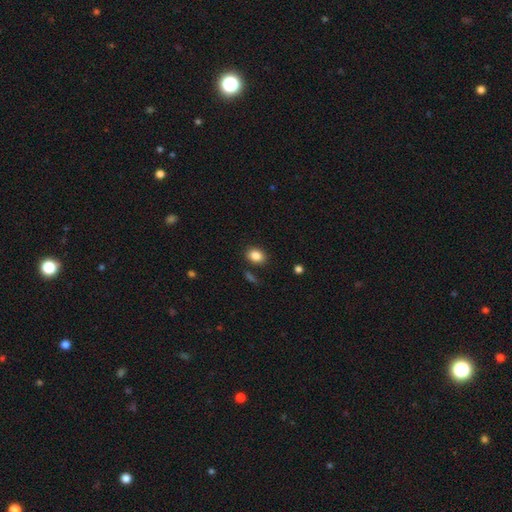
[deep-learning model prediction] smooth-or-featured: smooth: 86% | star or artifact: 9% | featured or disk: 5%
  how-rounded: in between: 66% | round: 33% | cigar-shaped: 1%
  merging: none: 84% | minor disturbance: 10% | merger: 3% | major disturbance: 3%